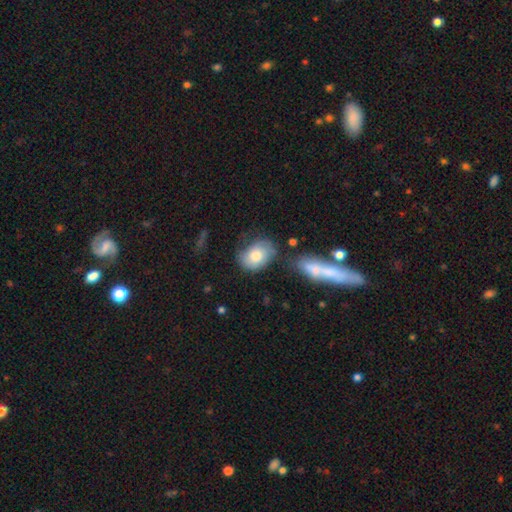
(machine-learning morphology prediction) Smooth or featured?
  - smooth: 73% *
  - featured or disk: 20%
  - star or artifact: 7%
How rounded?
  - in between: 76% *
  - round: 23%
  - cigar-shaped: 1%
Merging?
  - none: 58% *
  - minor disturbance: 25%
  - major disturbance: 9%
  - merger: 9%